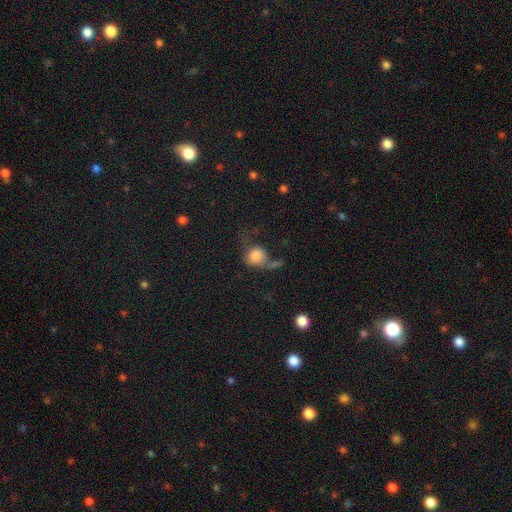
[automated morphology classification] type=smooth (76%); roundness=round (68%); merging=major disturbance (32%).